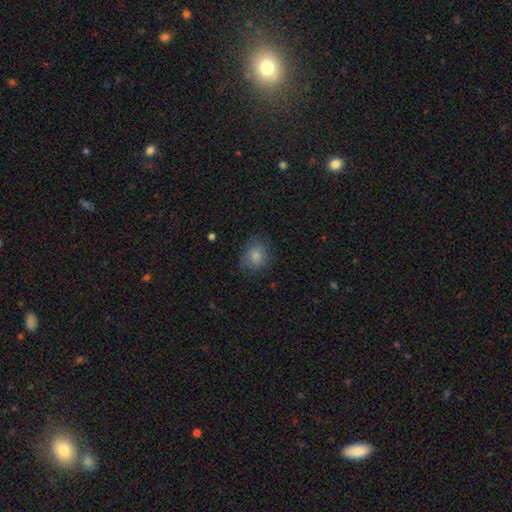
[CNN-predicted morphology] This appears to be a smooth galaxy with no disk features (83%) that is round (52%). Merging: none (76%).